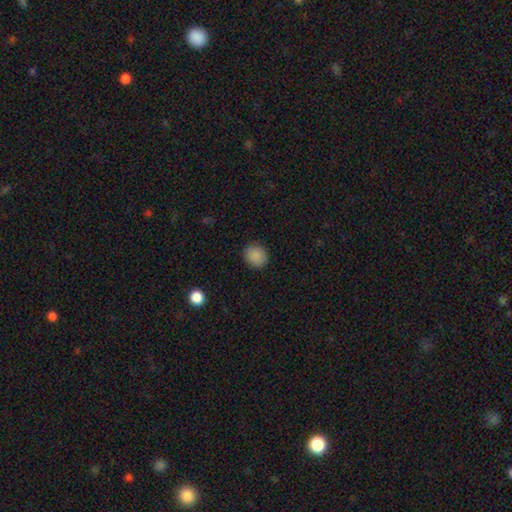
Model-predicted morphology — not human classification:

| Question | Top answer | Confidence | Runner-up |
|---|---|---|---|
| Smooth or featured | smooth | 88% | star or artifact (9%) |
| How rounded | round | 77% | in between (22%) |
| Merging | none | 89% | minor disturbance (8%) |